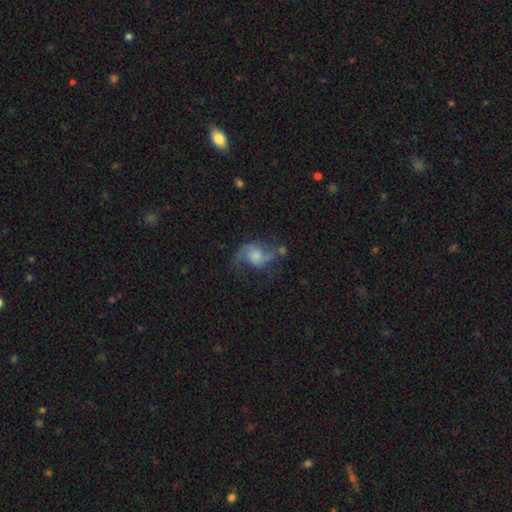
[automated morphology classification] smooth_or_featured: featured or disk (p=0.72) [alt: smooth p=0.19]
disk_edge_on: no (p=0.97) [alt: yes p=0.03]
bar: no (p=0.65) [alt: weak p=0.29]
has_spiral_arms: yes (p=0.91) [alt: no p=0.09]
spiral_winding: loose (p=0.59) [alt: medium p=0.34]
spiral_arm_count: 2 (p=0.84) [alt: 1 p=0.07]
bulge_size: moderate (p=0.39) [alt: small p=0.37]
merging: none (p=0.49) [alt: major disturbance p=0.24]